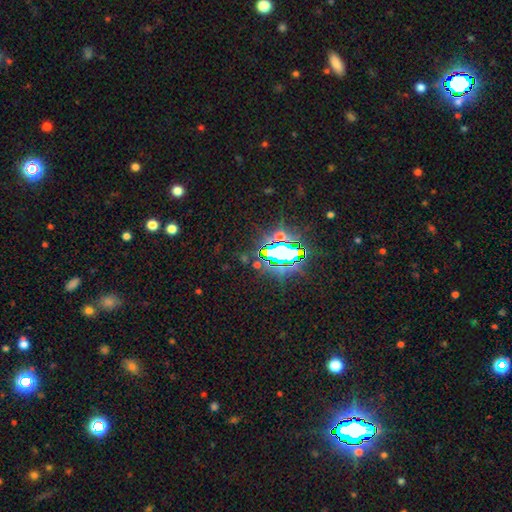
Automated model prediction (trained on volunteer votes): A star or artifact, not a galaxy (83%).